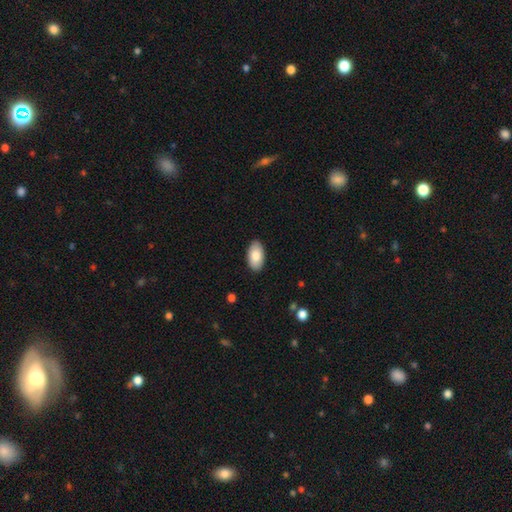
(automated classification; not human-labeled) Smooth or featured? Predicted: smooth (p=0.83). How rounded? Predicted: in between (p=0.96). Merging? Predicted: none (p=0.89).